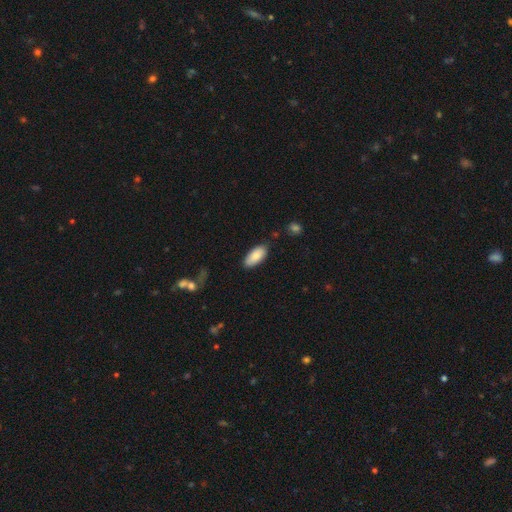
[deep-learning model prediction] smooth_or_featured: smooth (p=0.85) [alt: featured or disk p=0.09]
how_rounded: in between (p=0.90) [alt: cigar-shaped p=0.08]
merging: none (p=0.80) [alt: minor disturbance p=0.15]